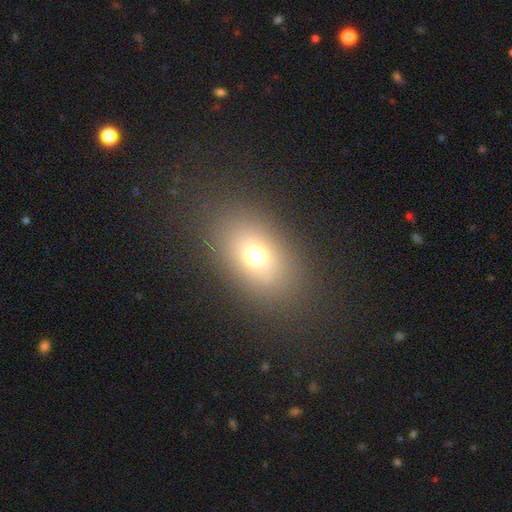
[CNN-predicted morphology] type=smooth (68%); roundness=in between (75%); merging=none (84%).